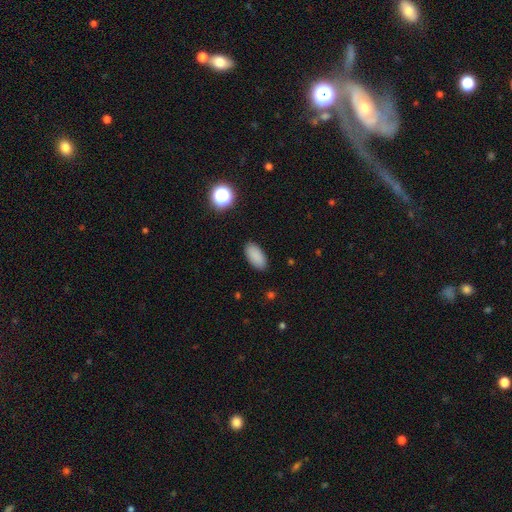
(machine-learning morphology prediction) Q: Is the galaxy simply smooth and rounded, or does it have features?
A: smooth — 88%.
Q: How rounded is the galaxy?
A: in between — 93%.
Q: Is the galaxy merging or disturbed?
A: none — 88%.